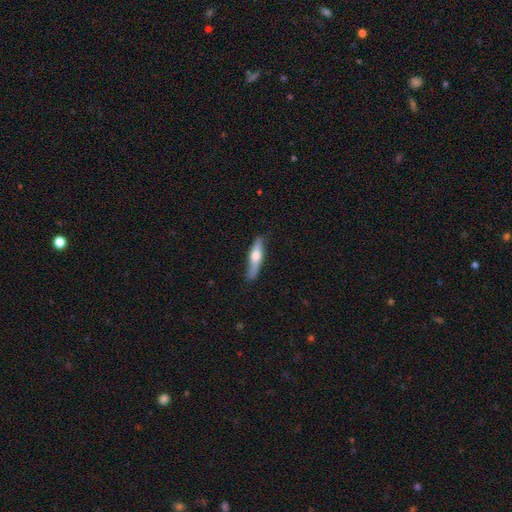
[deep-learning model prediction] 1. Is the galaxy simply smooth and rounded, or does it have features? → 52% smooth, 43% featured or disk, 5% star or artifact.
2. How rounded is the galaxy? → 80% cigar-shaped, 18% in between, 2% round.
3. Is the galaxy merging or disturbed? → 81% none, 15% minor disturbance, 2% major disturbance, 1% merger.